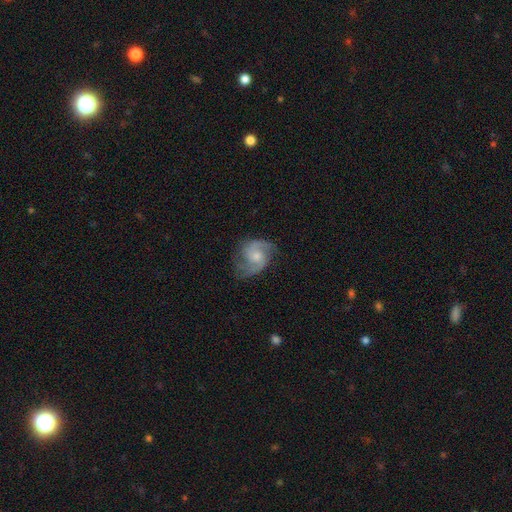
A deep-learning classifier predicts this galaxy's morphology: Smooth or featured: featured or disk — 83% (smooth — 11%)
Edge-on disk: no — 98% (yes — 2%)
Bar: no — 63% (weak — 32%)
Spiral arms: yes — 97% (no — 3%)
Spiral winding: medium — 54% (loose — 24%)
Spiral arm count: 2 — 77% (3 — 10%)
Bulge size: moderate — 50% (small — 38%)
Merging: none — 69% (minor disturbance — 21%)